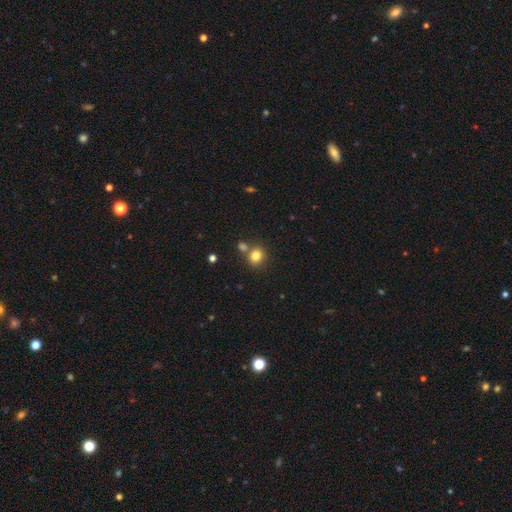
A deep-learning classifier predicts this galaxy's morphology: smooth-or-featured: smooth: 81% | star or artifact: 12% | featured or disk: 7%
  how-rounded: round: 76% | in between: 23% | cigar-shaped: 1%
  merging: none: 68% | merger: 20% | minor disturbance: 10% | major disturbance: 3%